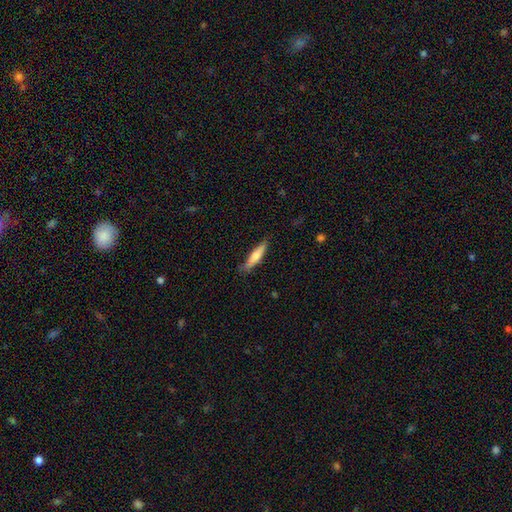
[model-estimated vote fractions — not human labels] A smooth galaxy with no disk features (68%) that is cigar-shaped (80%).

Vote fractions:
- Smooth or featured? smooth: 68% / featured or disk: 27% / star or artifact: 6%
- How rounded? cigar-shaped: 80% / in between: 18% / round: 2%
- Merging? none: 74% / minor disturbance: 20% / major disturbance: 4% / merger: 2%